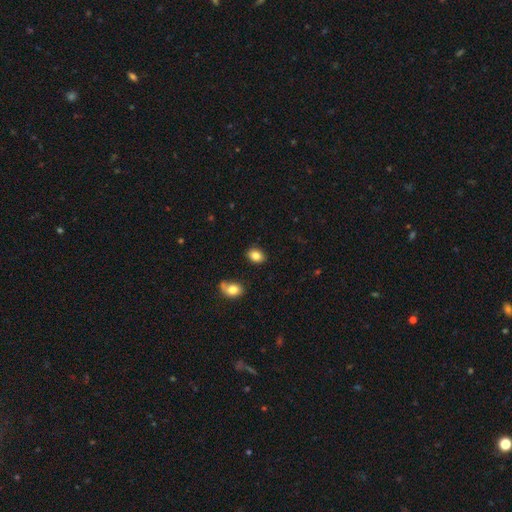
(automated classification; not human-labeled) smooth 84%, star or artifact 9%, featured or disk 7%. Down the decision tree: how rounded — in between (70%); merging — none (84%).